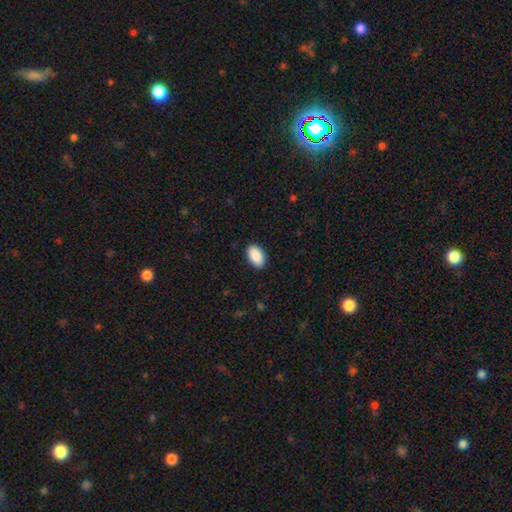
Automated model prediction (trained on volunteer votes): A smooth galaxy with no disk features (90%) that is in between round and cigar-shaped (95%). Merging: none (90%).